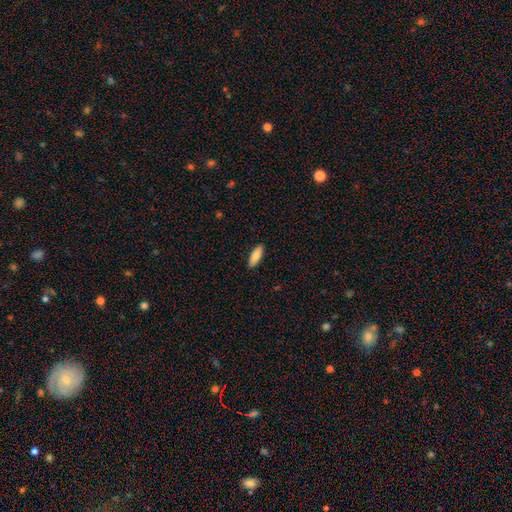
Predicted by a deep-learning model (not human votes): A smooth galaxy with no disk features (85%) that is in between round and cigar-shaped (63%). Merging: none (90%).